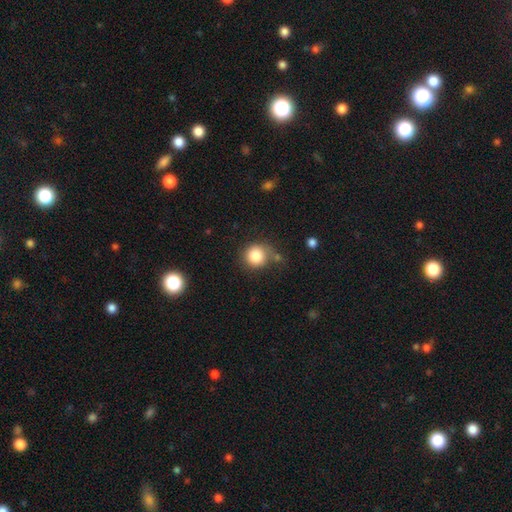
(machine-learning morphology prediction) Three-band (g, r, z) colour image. It shows a smooth galaxy with no disk features (85%) that is round (90%). Merging: none (68%).